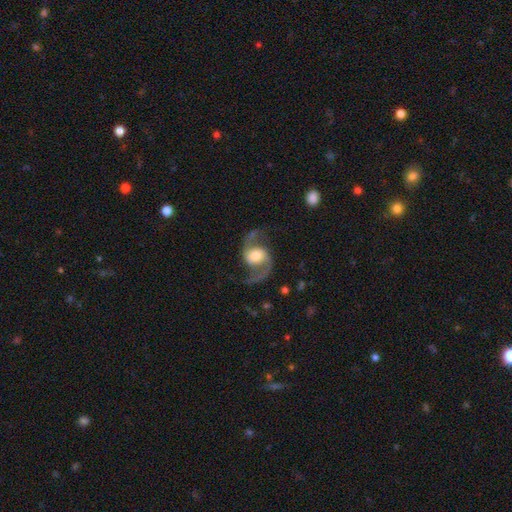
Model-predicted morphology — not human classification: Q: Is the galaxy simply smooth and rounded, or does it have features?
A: featured or disk — 90%.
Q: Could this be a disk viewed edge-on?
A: no — 98%.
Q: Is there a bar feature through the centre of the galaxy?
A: no — 54%.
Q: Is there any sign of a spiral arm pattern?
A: yes — 97%.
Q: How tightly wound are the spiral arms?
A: loose — 60%.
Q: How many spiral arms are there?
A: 2 — 94%.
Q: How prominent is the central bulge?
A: moderate — 54%.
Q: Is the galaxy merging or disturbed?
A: none — 77%.